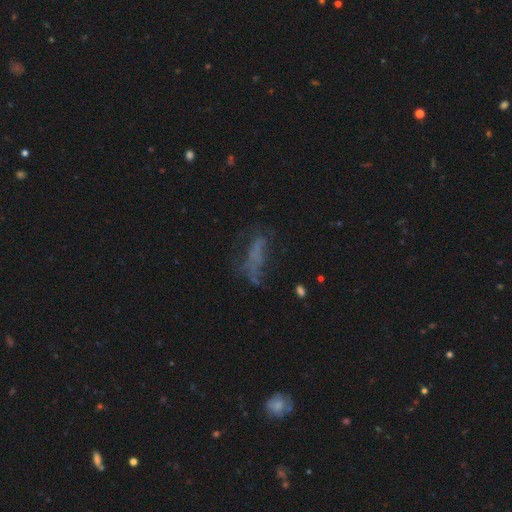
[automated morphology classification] This is marginally a smooth galaxy (39%). Merging: marginally none (41%).